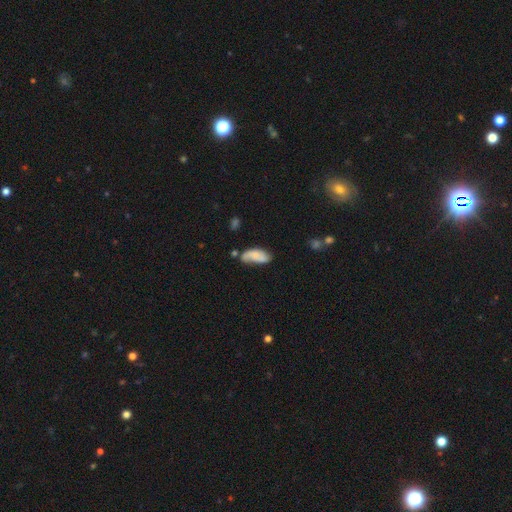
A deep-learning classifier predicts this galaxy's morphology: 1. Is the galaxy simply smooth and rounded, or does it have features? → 63% smooth, 29% featured or disk, 8% star or artifact.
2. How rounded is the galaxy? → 87% in between, 11% cigar-shaped, 2% round.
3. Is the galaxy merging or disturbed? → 46% none, 32% minor disturbance, 14% major disturbance, 9% merger.